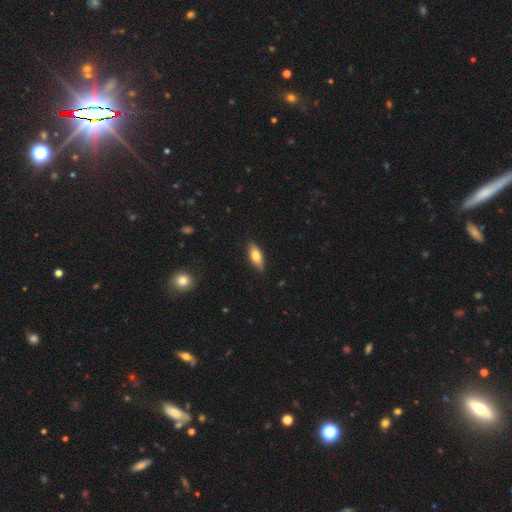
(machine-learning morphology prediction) A smooth galaxy with no disk features (66%) that is in between round and cigar-shaped (67%). Merging: none (84%).